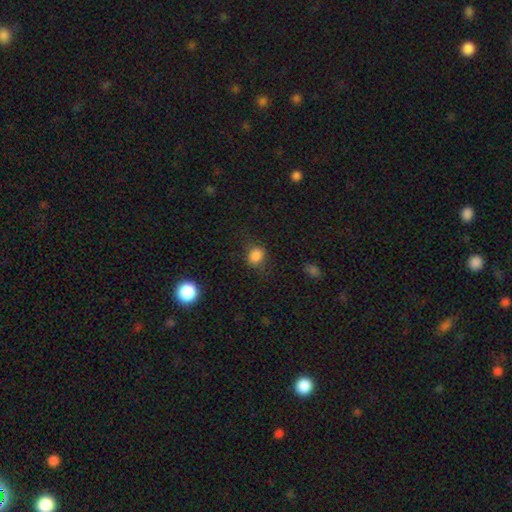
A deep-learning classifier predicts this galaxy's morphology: type=smooth (83%); roundness=round (52%); merging=none (70%).